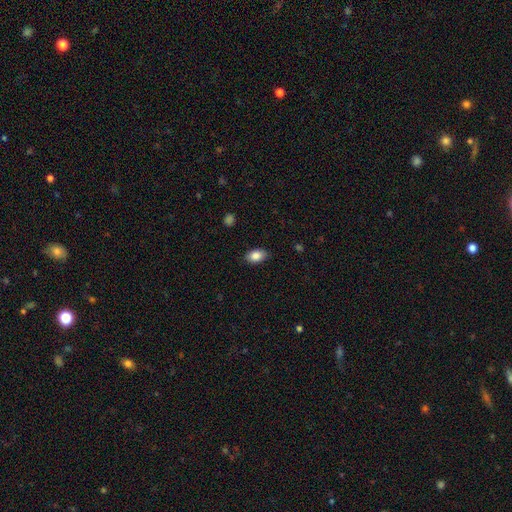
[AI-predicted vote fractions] This is clearly a smooth galaxy (87%). How rounded: clearly in between (89%). Merging: clearly none (84%).